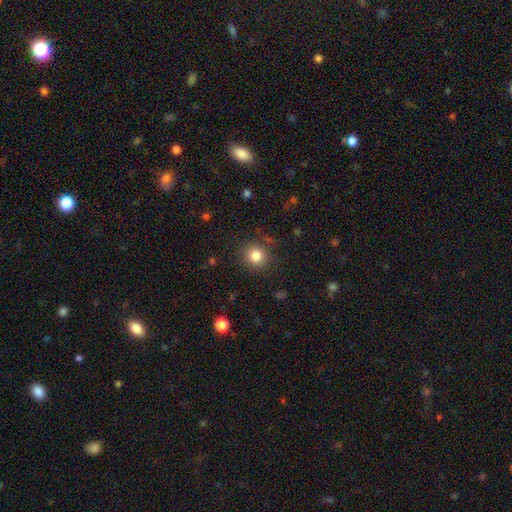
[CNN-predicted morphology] Smooth or featured? smooth (82%)
How rounded? round (89%)
Merging? none (87%)